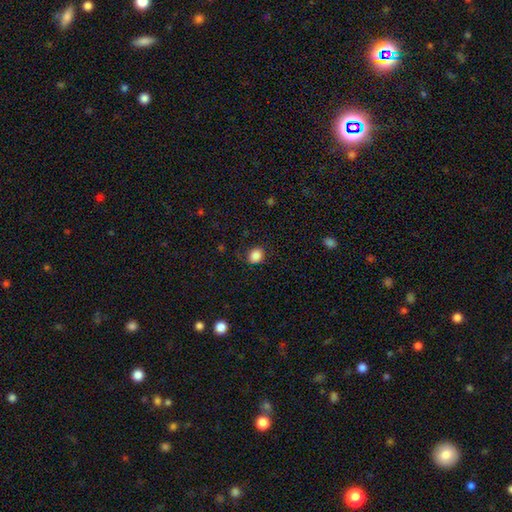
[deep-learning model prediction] A smooth galaxy with no disk features (87%) that is round (70%). Merging: none (81%).